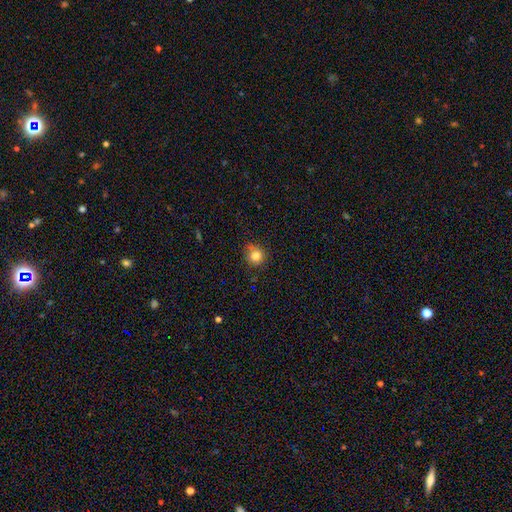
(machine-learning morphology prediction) smooth 82%, star or artifact 12%, featured or disk 6%. Down the decision tree: how rounded — round (87%); merging — none (72%).